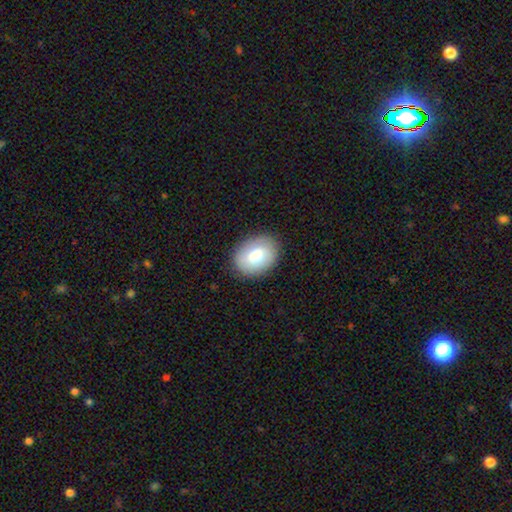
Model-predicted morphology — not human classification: The model was most divided on "how rounded": in between: 71%, round: 28%, cigar-shaped: 1%. More confident: merging — none (85%); smooth or featured — smooth (79%).